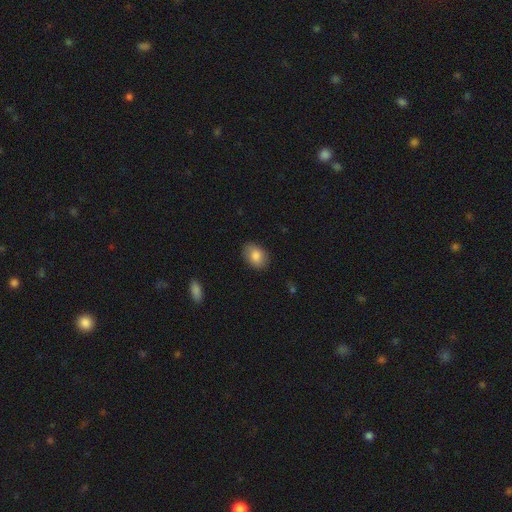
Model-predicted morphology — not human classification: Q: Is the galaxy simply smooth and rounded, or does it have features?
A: smooth — 83%.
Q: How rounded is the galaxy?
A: in between — 77%.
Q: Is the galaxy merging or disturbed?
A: none — 84%.